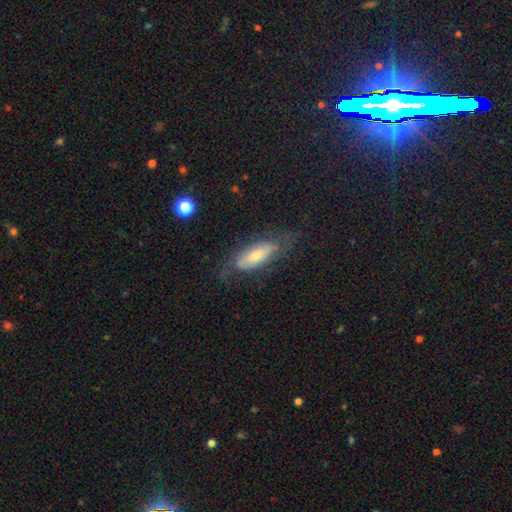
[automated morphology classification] Smooth or featured: featured or disk — 47% (smooth — 45%)
Merging: none — 62% (minor disturbance — 22%)